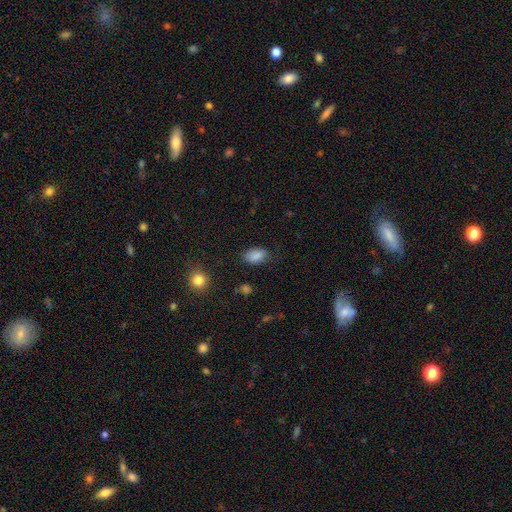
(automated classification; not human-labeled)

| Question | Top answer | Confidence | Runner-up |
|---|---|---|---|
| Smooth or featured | smooth | 87% | star or artifact (9%) |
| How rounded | in between | 89% | round (10%) |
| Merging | none | 78% | minor disturbance (17%) |